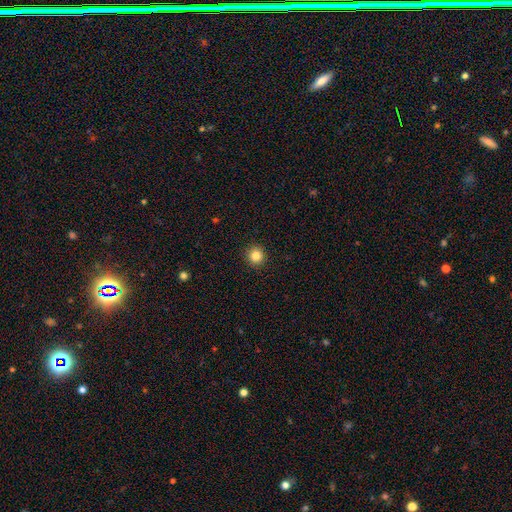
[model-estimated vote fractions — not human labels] A smooth galaxy with no disk features (84%) that is round (94%). Merging: none (93%).